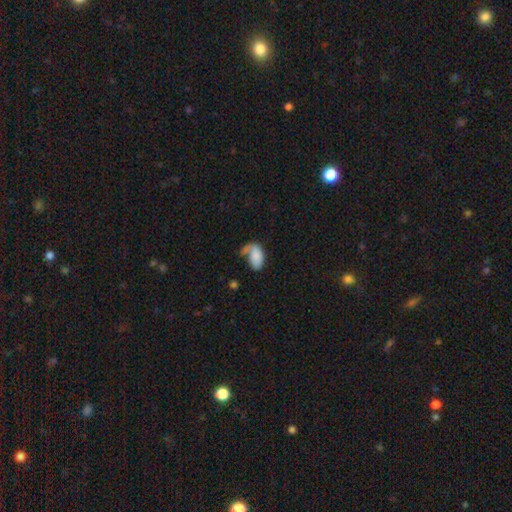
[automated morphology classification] Smooth or featured: smooth — 78% (featured or disk — 15%)
How rounded: in between — 93% (round — 5%)
Merging: none — 31% (major disturbance — 28%)